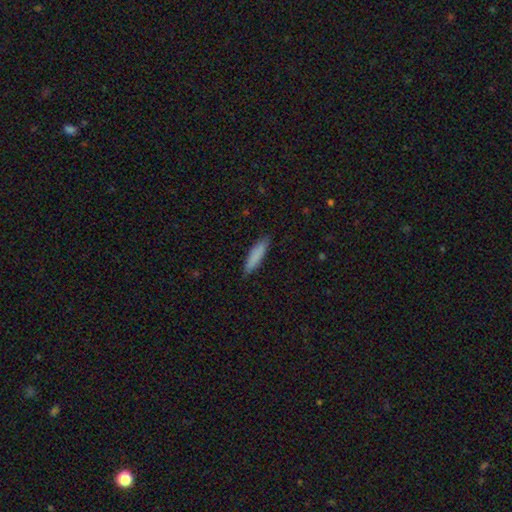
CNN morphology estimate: Smooth or featured: smooth — 83% (featured or disk — 11%)
How rounded: cigar-shaped — 78% (in between — 21%)
Merging: none — 85% (minor disturbance — 12%)